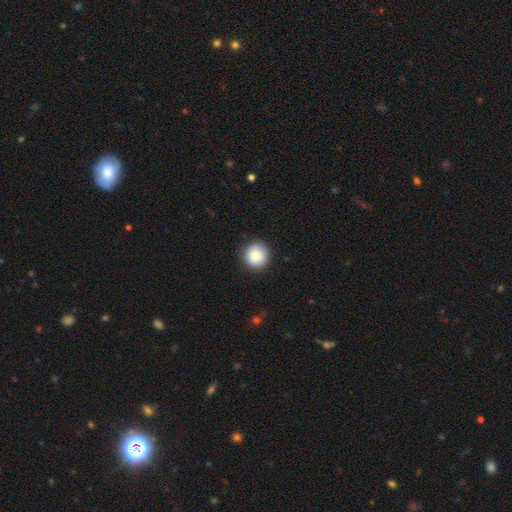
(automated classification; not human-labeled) This is clearly a smooth galaxy (88%). How rounded: clearly round (93%). Merging: clearly none (91%).